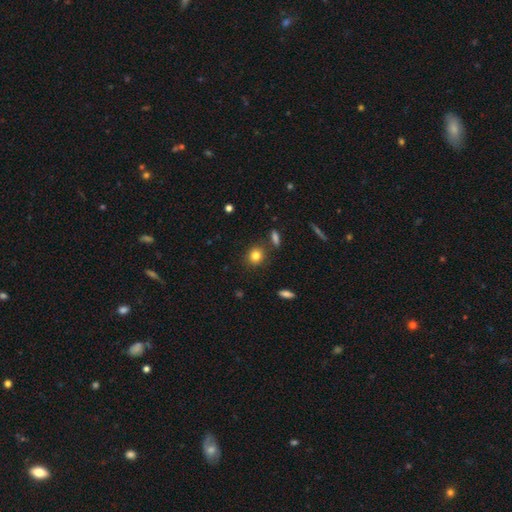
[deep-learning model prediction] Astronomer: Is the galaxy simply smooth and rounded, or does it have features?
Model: smooth — 82%.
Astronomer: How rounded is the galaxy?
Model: round — 76%.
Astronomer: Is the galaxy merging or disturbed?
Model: none — 83%.